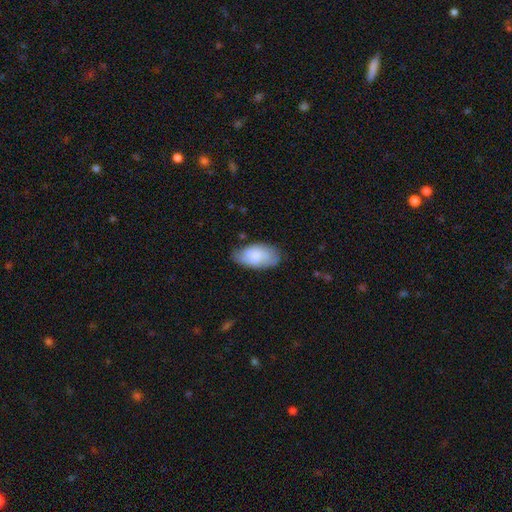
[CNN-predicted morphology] Smooth or featured?
  - smooth: 69% *
  - featured or disk: 25%
  - star or artifact: 6%
How rounded?
  - in between: 94% *
  - round: 4%
  - cigar-shaped: 2%
Merging?
  - none: 65% *
  - minor disturbance: 27%
  - major disturbance: 6%
  - merger: 2%